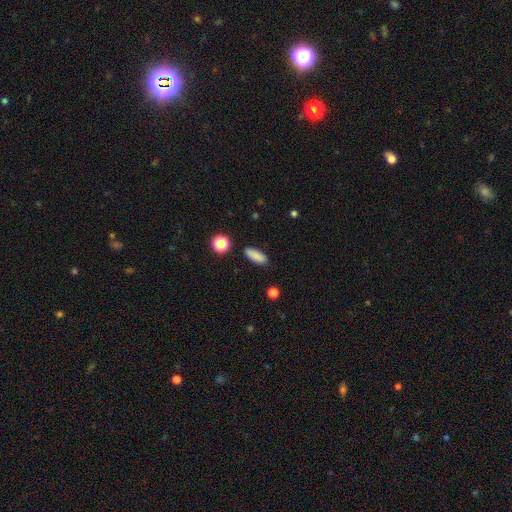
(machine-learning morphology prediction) This is clearly a smooth galaxy (86%). How rounded: likely in between (66%). Merging: clearly none (88%).